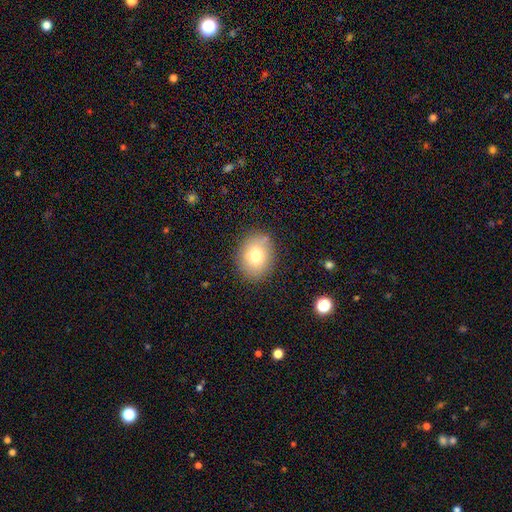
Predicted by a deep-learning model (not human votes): Morphology: type=smooth (75%); roundness=in between (58%); merging=none (82%).